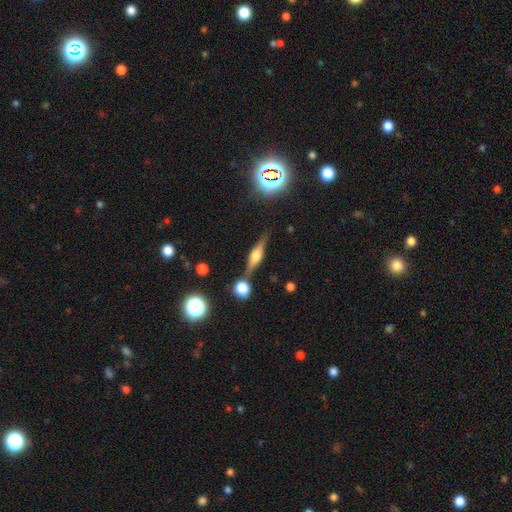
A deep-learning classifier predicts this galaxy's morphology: A featured or disk galaxy (70%) viewed edge-on (96%) with a rounded central bulge (89%). Merging: none (78%).